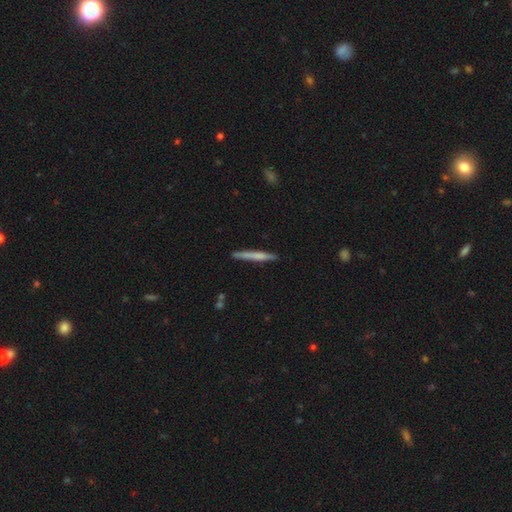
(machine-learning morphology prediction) This is possibly a smooth galaxy (57%). How rounded: clearly cigar-shaped (96%). Merging: clearly none (87%).